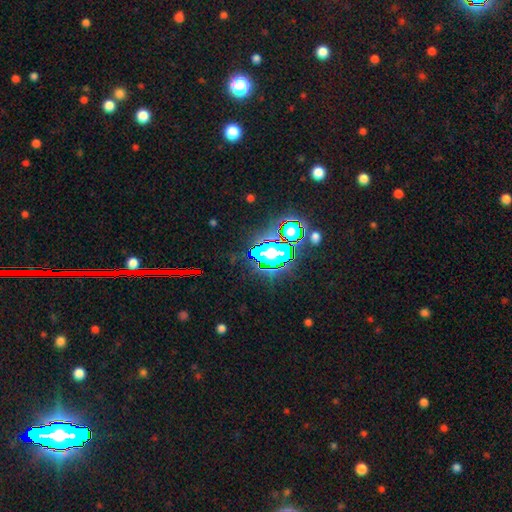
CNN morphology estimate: This is likely a star or artifact rather than a galaxy (71%).